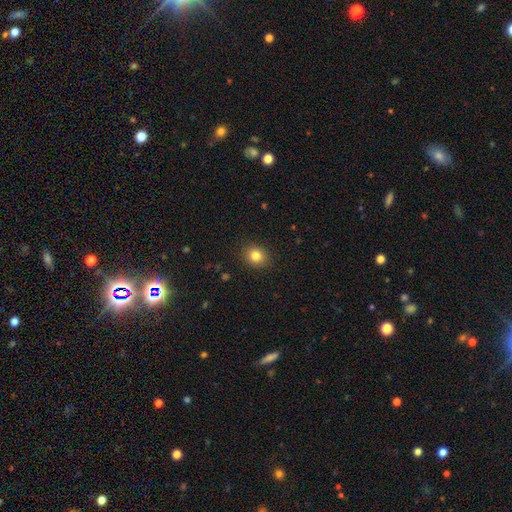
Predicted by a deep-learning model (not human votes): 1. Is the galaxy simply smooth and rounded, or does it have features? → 82% smooth, 11% star or artifact, 7% featured or disk.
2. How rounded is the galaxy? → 71% round, 28% in between, 1% cigar-shaped.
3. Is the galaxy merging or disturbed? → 89% none, 8% minor disturbance, 2% major disturbance, 1% merger.